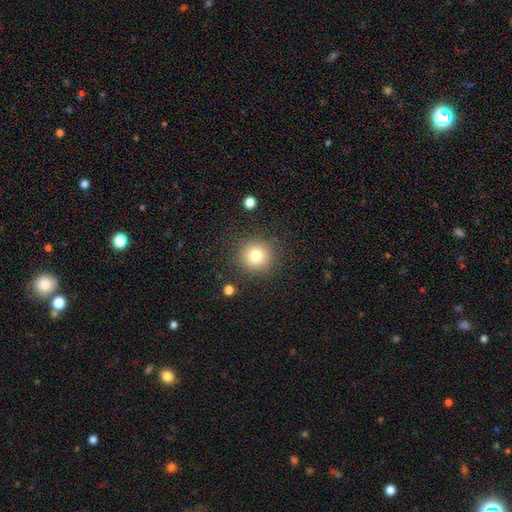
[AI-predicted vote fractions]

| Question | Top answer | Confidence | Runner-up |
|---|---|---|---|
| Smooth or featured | smooth | 79% | star or artifact (12%) |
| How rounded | round | 93% | in between (6%) |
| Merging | none | 87% | minor disturbance (8%) |